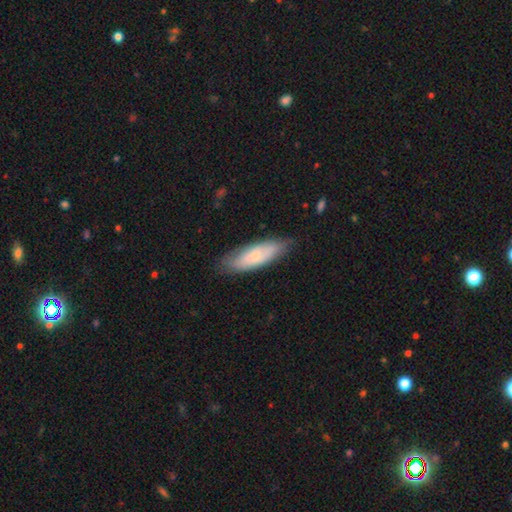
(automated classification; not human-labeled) smooth-or-featured: smooth: 63% | featured or disk: 31% | star or artifact: 6%
  how-rounded: in between: 52% | cigar-shaped: 46% | round: 2%
  merging: none: 76% | minor disturbance: 19% | major disturbance: 4% | merger: 2%